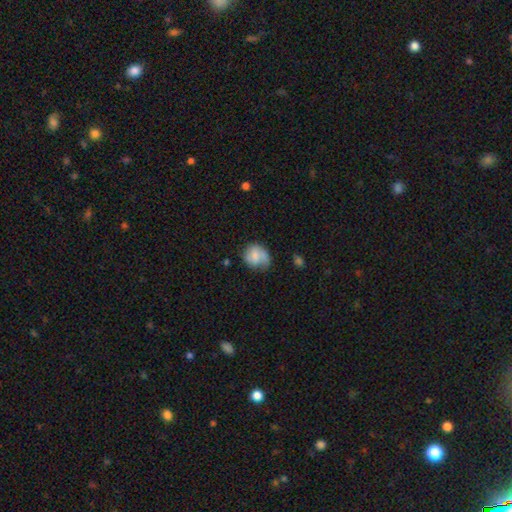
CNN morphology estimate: Smooth or featured? Predicted: smooth (p=0.59). How rounded? Predicted: round (p=0.62). Merging? Predicted: none (p=0.46).